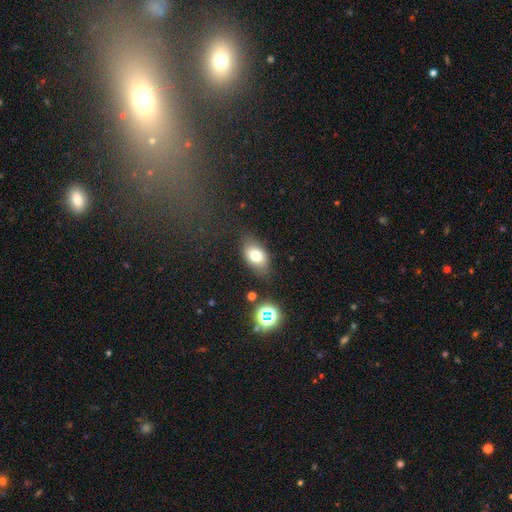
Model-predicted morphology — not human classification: Overall: smooth (76%). How rounded: in between (88%). Merging: none (77%).